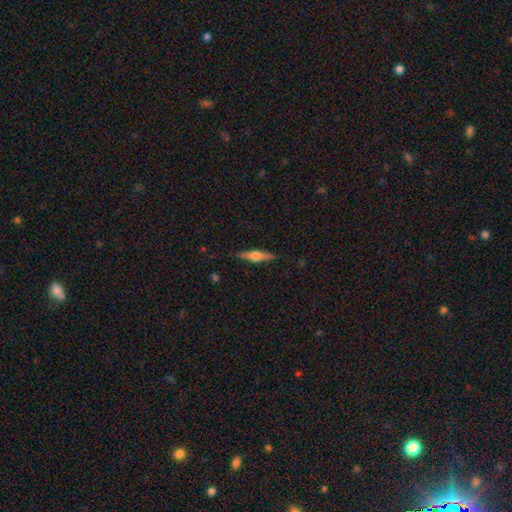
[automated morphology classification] Overall: featured or disk (68%). Edge-on disk: yes (97%). Edge-on bulge: rounded (93%). Merging: none (88%).